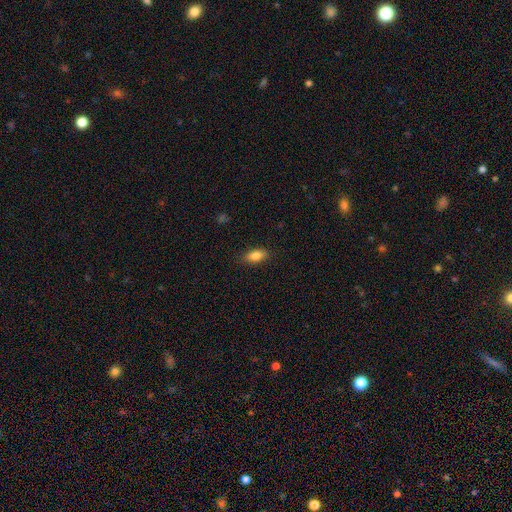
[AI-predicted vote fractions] Smooth or featured: smooth — 82% (featured or disk — 11%)
How rounded: in between — 84% (cigar-shaped — 12%)
Merging: none — 87% (minor disturbance — 10%)